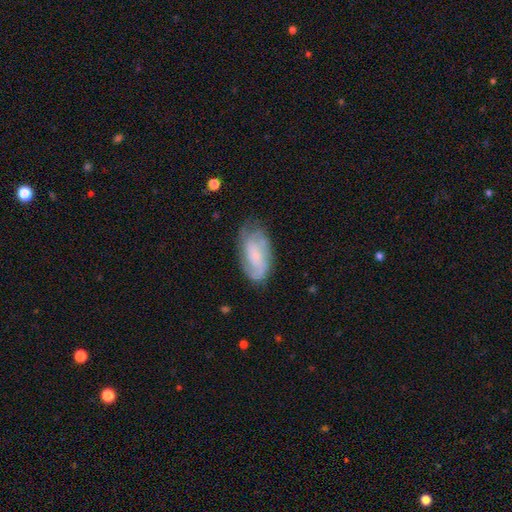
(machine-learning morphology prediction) Smooth or featured? featured or disk (62%)
Edge-on disk? no (95%)
Bar? no (56%)
Spiral arms? yes (88%)
Spiral winding? tight (42%)
Spiral arm count? 2 (37%)
Bulge size? small (51%)
Merging? none (62%)